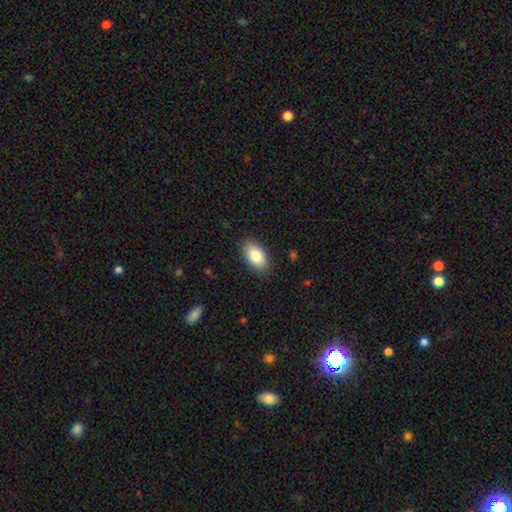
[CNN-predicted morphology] A smooth galaxy with no disk features (84%) that is in between round and cigar-shaped (93%). Merging: none (87%).